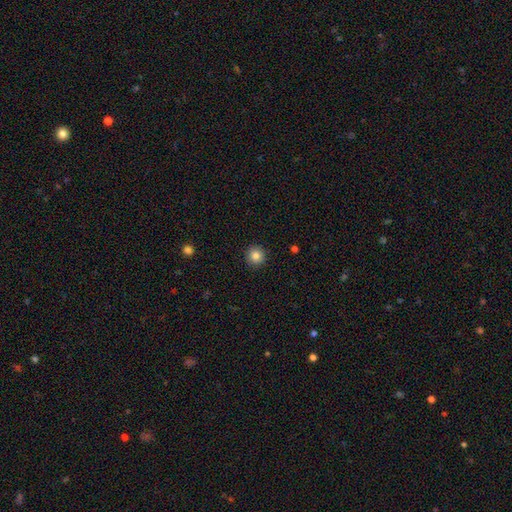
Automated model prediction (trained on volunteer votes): A smooth galaxy with no disk features (84%) that is round (95%). Merging: none (92%).